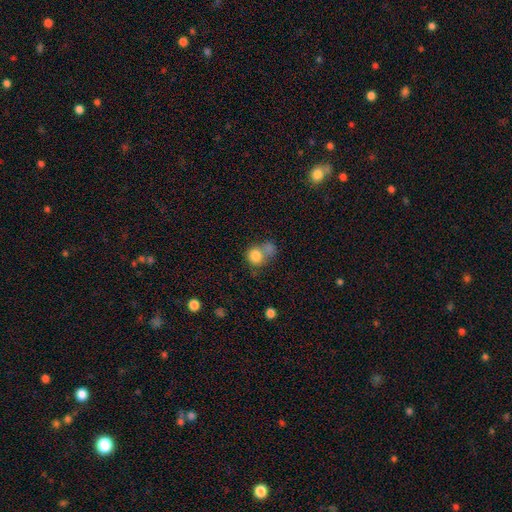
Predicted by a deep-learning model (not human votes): Overall: smooth (81%). How rounded: round (82%). Merging: merger (42%; none 39%).